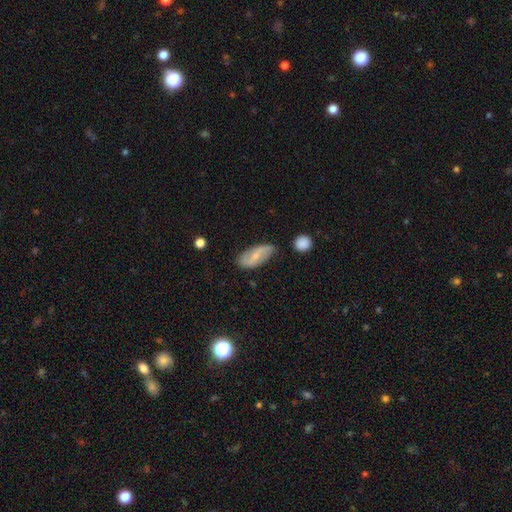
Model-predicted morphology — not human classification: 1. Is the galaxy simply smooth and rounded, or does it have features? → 57% featured or disk, 36% smooth, 7% star or artifact.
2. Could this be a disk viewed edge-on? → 91% no, 9% yes.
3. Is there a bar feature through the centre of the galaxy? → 40% no, 39% weak, 21% strong.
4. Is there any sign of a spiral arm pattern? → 83% yes, 17% no.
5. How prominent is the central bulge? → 63% small, 30% moderate, 4% none, 1% large, 1% dominant.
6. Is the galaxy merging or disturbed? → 69% none, 23% minor disturbance, 5% major disturbance, 3% merger.